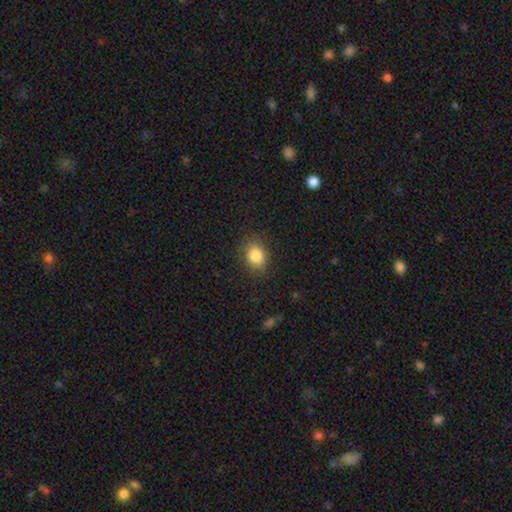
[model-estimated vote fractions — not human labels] Smooth or featured?
  - smooth: 85% *
  - star or artifact: 9%
  - featured or disk: 6%
How rounded?
  - in between: 60% *
  - round: 39%
  - cigar-shaped: 1%
Merging?
  - none: 86% *
  - minor disturbance: 10%
  - major disturbance: 3%
  - merger: 1%